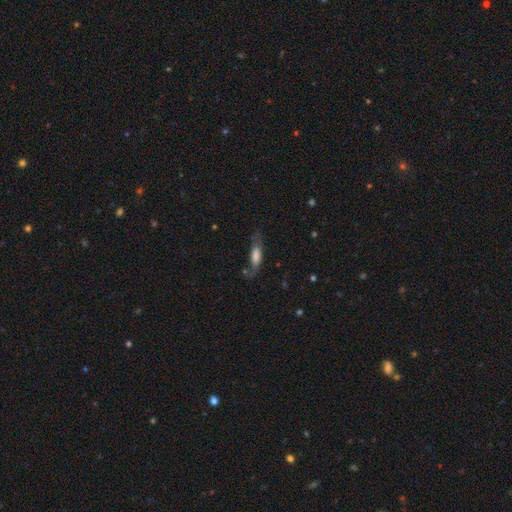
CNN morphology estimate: This appears to be a smooth galaxy with no disk features (55%) that is cigar-shaped (49%, tied with in between). Merging: none (55%).